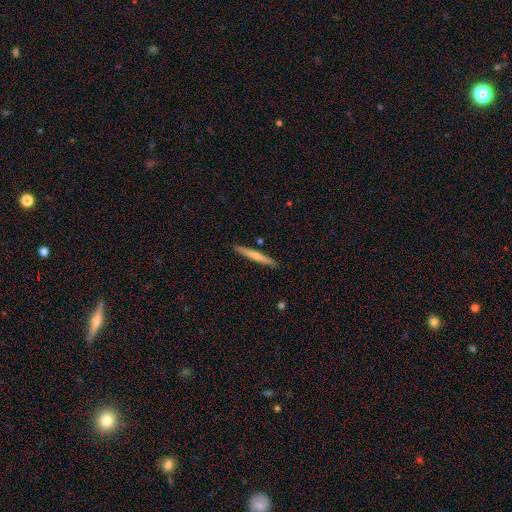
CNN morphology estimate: type=smooth (57%); roundness=cigar-shaped (96%); merging=none (89%).